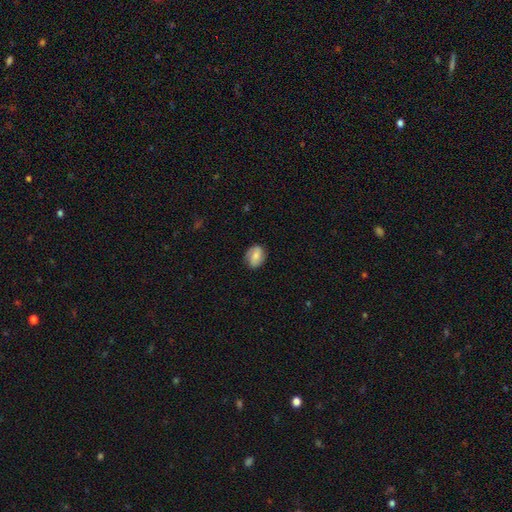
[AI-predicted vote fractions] Smooth or featured?
  - smooth: 61% *
  - featured or disk: 31%
  - star or artifact: 8%
How rounded?
  - in between: 65% *
  - round: 34%
  - cigar-shaped: 2%
Merging?
  - none: 79% *
  - minor disturbance: 16%
  - major disturbance: 4%
  - merger: 1%